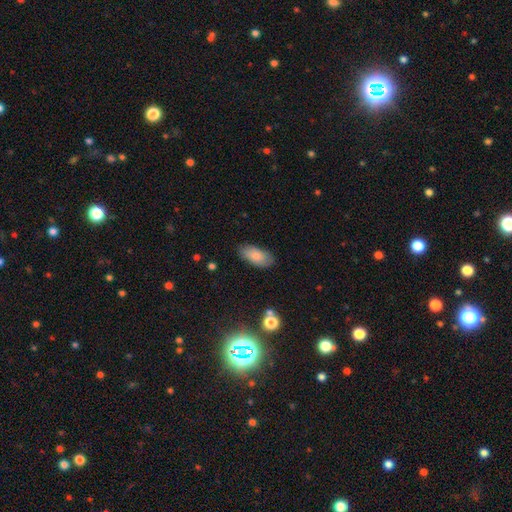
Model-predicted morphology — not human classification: Smooth or featured?
  - smooth: 82% *
  - featured or disk: 10%
  - star or artifact: 7%
How rounded?
  - in between: 91% *
  - cigar-shaped: 6%
  - round: 2%
Merging?
  - none: 82% *
  - minor disturbance: 14%
  - major disturbance: 3%
  - merger: 1%